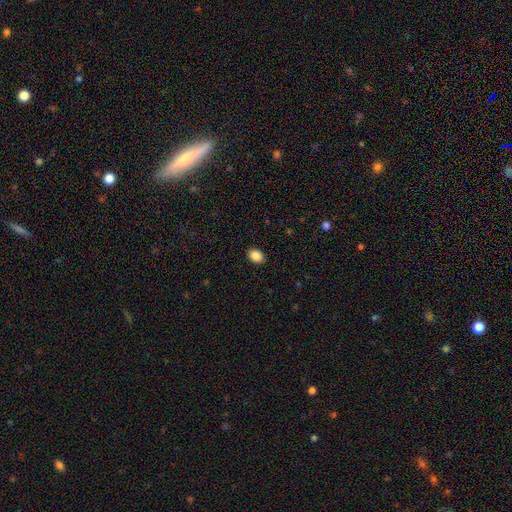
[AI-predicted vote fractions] Q: Smooth or featured?
A: smooth (88%); runner-up: star or artifact (8%)
Q: How rounded?
A: in between (74%); runner-up: round (25%)
Q: Merging?
A: none (89%); runner-up: minor disturbance (8%)